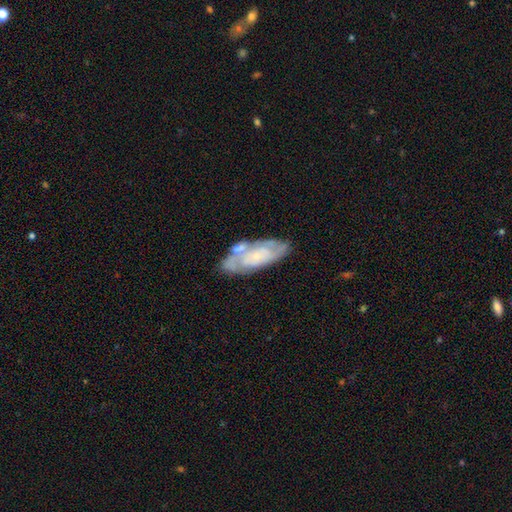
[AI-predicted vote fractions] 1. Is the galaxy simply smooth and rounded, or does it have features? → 64% featured or disk, 29% smooth, 7% star or artifact.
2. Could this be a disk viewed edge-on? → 88% no, 12% yes.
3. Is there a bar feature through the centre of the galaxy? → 74% no, 21% weak, 5% strong.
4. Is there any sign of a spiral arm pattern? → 69% yes, 31% no.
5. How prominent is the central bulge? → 68% small, 20% moderate, 9% none, 2% large, 1% dominant.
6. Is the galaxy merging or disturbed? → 54% none, 20% minor disturbance, 19% merger, 7% major disturbance.